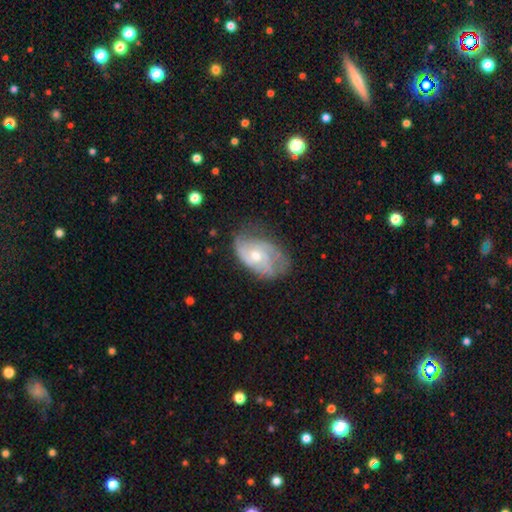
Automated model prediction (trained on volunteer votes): featured or disk 73%, smooth 21%, star or artifact 6%. Down the decision tree: edge-on disk — no (96%); bar — no (73%); spiral arms — yes (87%); spiral arm count — 2 (33%); spiral winding — medium (43%); bulge size — moderate (55%); merging — none (55%).